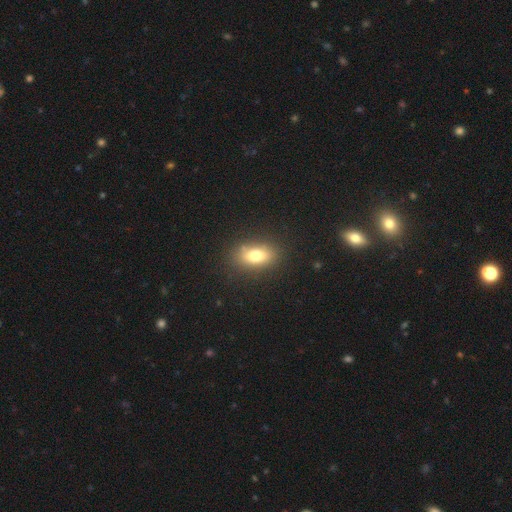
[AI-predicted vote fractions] This appears to be a smooth galaxy with no disk features (77%) that is in between round and cigar-shaped (83%). Merging: none (84%).